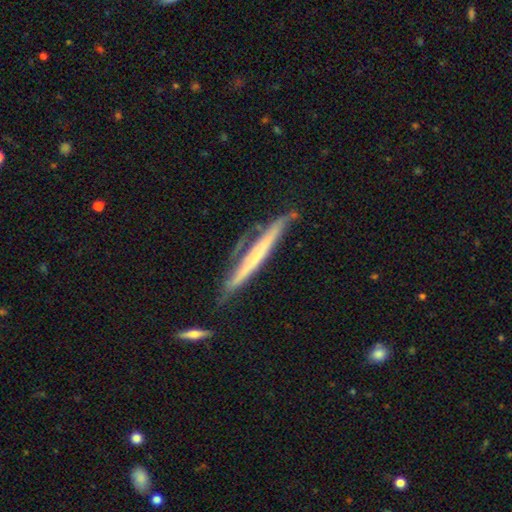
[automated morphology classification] A featured or disk galaxy (57%) viewed edge-on (91%) with no central bulge (72%).

Vote fractions:
- Smooth or featured? featured or disk: 57% / smooth: 37% / star or artifact: 6%
- Edge-on disk? yes: 91% / no: 9%
- Edge-on bulge? none: 72% / rounded: 18% / boxy: 10%
- Merging? none: 65% / minor disturbance: 22% / major disturbance: 7% / merger: 6%